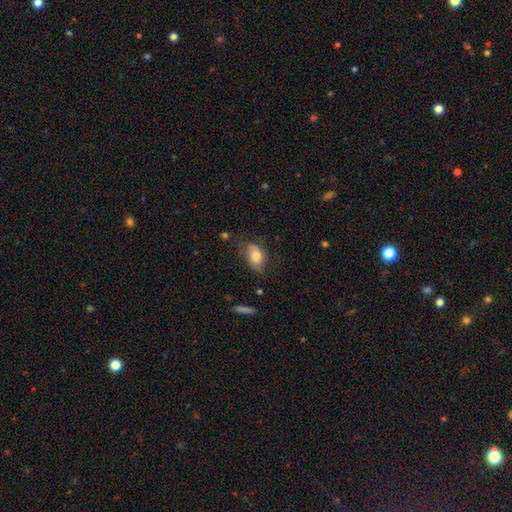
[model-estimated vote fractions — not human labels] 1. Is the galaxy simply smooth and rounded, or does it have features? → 70% smooth, 22% featured or disk, 8% star or artifact.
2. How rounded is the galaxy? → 86% in between, 11% round, 3% cigar-shaped.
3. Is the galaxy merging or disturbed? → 56% none, 30% minor disturbance, 12% major disturbance, 2% merger.